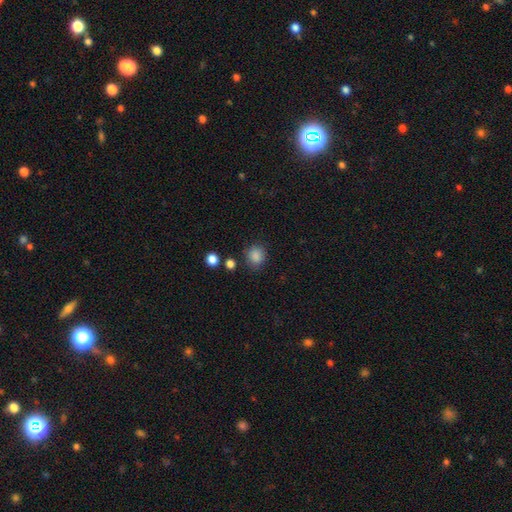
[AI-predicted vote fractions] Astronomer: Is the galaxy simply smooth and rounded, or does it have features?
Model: smooth — 86%.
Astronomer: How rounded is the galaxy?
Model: round — 80%.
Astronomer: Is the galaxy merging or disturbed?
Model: none — 83%.